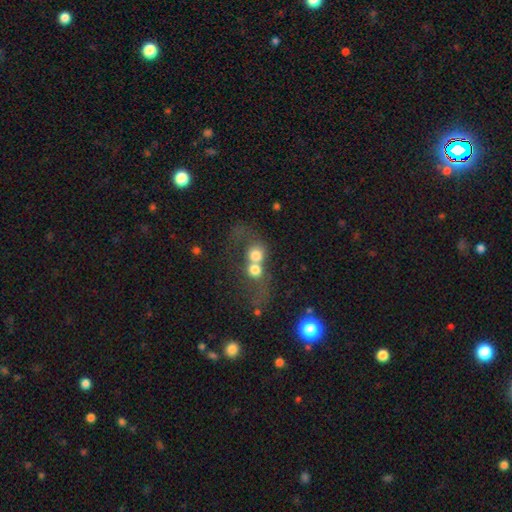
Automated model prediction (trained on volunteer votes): This appears to be a smooth galaxy with no disk features (63%) that is round (71%). Merging: merger (74%).